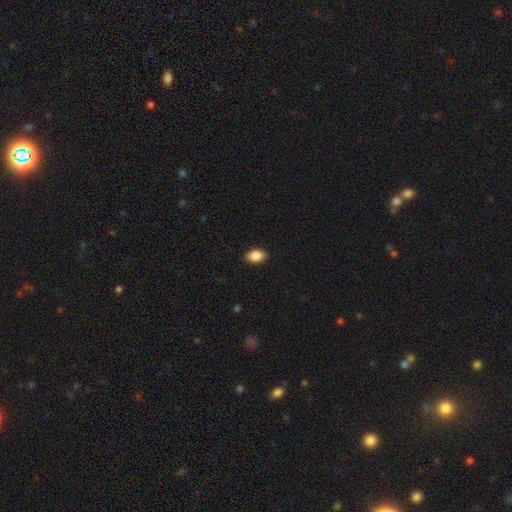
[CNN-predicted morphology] smooth-or-featured: smooth: 86% | star or artifact: 8% | featured or disk: 6%
  how-rounded: in between: 86% | round: 13% | cigar-shaped: 2%
  merging: none: 89% | minor disturbance: 8% | major disturbance: 2% | merger: 1%